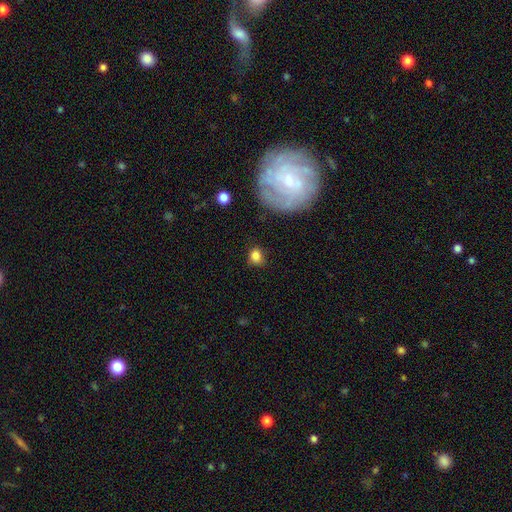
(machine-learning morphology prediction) A smooth galaxy with no disk features (80%) that is round (64%). Merging: none (76%).